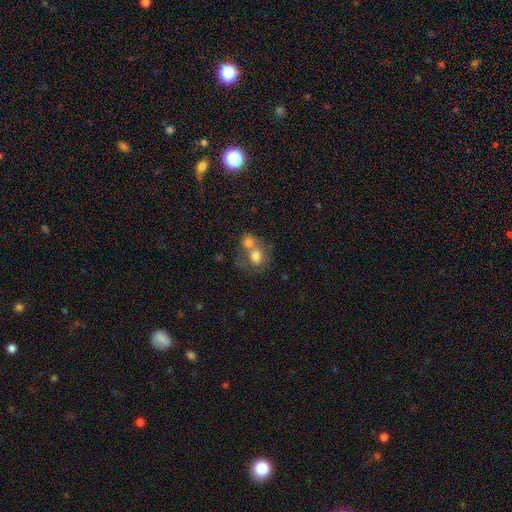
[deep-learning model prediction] Smooth or featured? Predicted: smooth (p=0.72). How rounded? Predicted: round (p=0.58). Merging? Predicted: merger (p=0.65).